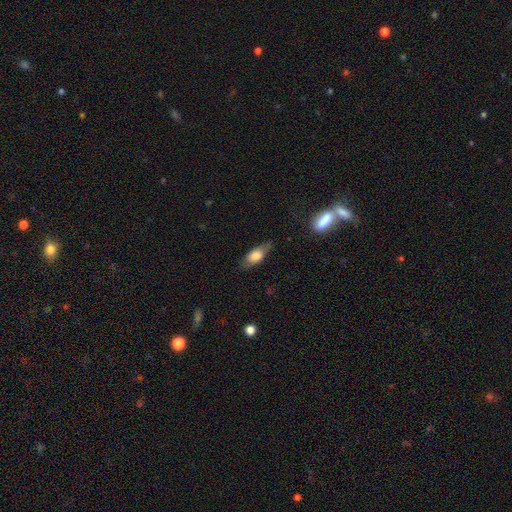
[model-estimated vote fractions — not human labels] A smooth galaxy with no disk features (71%) that is in between round and cigar-shaped (76%). Merging: none (70%).